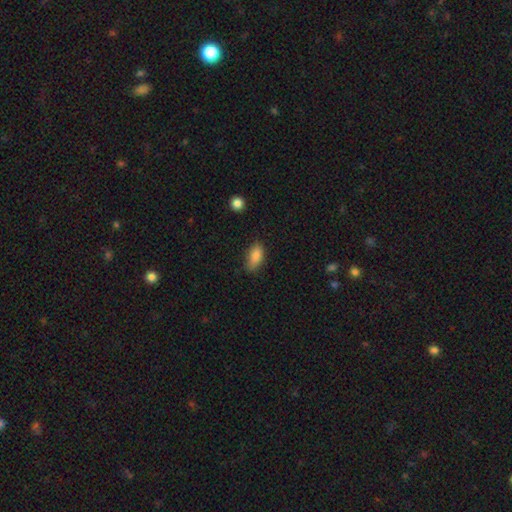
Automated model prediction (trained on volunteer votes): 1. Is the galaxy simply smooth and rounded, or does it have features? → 86% smooth, 8% star or artifact, 6% featured or disk.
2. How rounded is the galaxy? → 87% in between, 10% cigar-shaped, 4% round.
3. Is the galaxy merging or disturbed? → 74% none, 21% minor disturbance, 4% major disturbance, 2% merger.